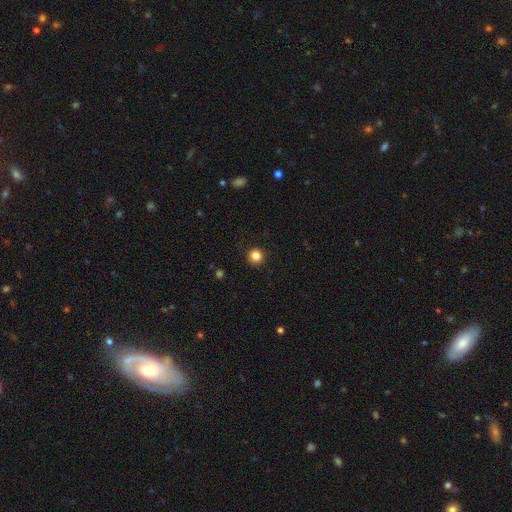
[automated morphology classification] type=smooth (84%); roundness=round (94%); merging=none (92%).